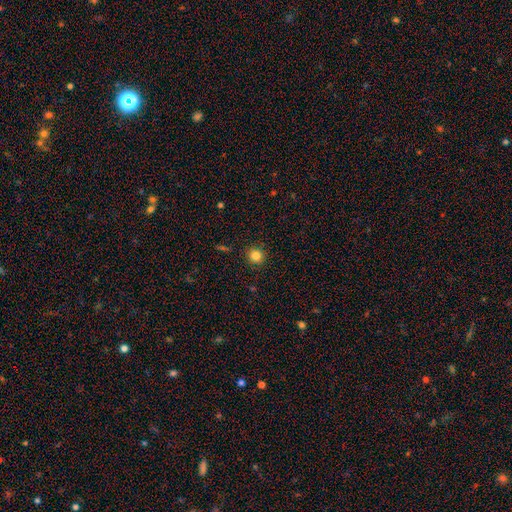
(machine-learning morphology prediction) type=smooth (83%); roundness=round (94%); merging=none (92%).